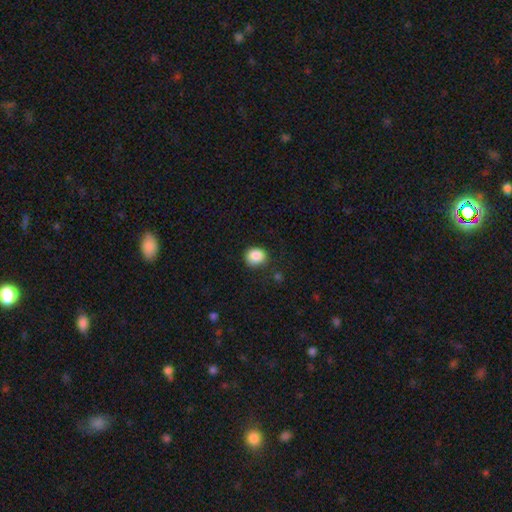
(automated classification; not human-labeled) smooth_or_featured: smooth (p=0.88) [alt: star or artifact p=0.09]
how_rounded: round (p=0.73) [alt: in between p=0.26]
merging: none (p=0.80) [alt: minor disturbance p=0.15]